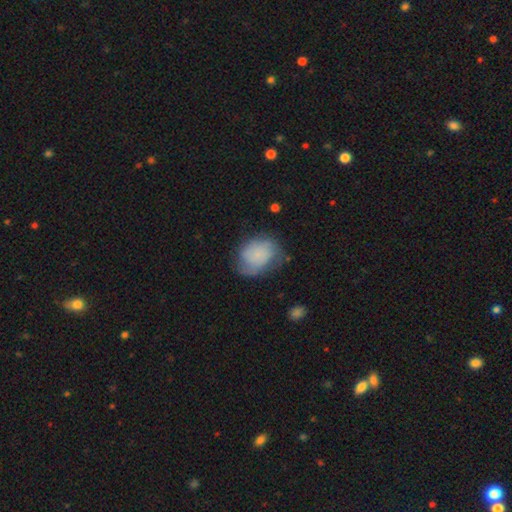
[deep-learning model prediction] The model was most divided on "how rounded": in between: 51%, round: 48%, cigar-shaped: 1%. More confident: smooth or featured — smooth (59%); merging — none (53%).